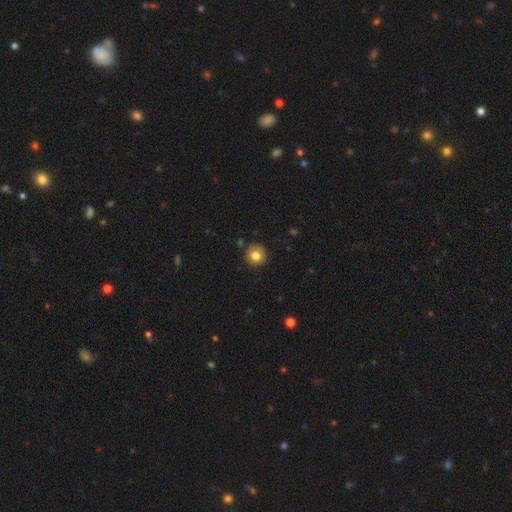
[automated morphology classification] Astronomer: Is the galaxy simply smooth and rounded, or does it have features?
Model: smooth — 82%.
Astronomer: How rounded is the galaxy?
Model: round — 93%.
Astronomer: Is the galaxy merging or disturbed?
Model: none — 87%.